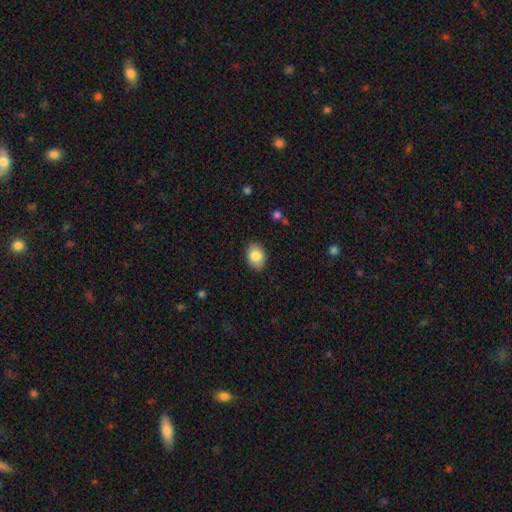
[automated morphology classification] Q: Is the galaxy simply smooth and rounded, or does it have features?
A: smooth — 84%.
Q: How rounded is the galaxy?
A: in between — 81%.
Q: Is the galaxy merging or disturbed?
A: none — 87%.